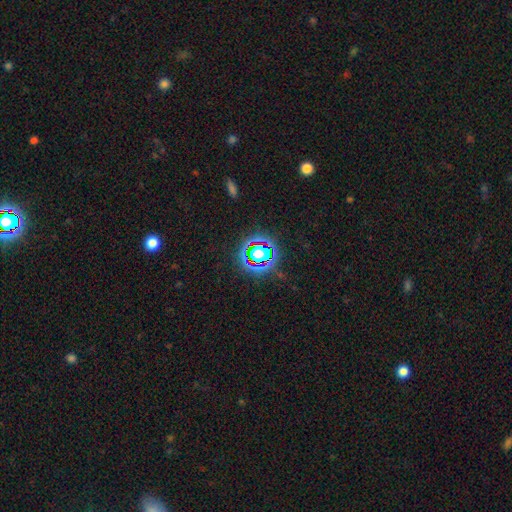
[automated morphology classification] type=star or artifact (77%).